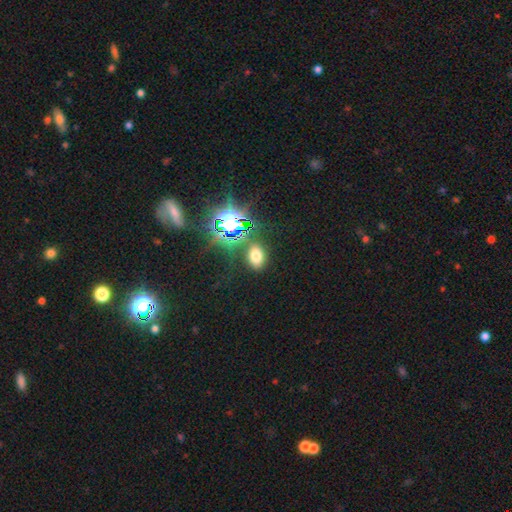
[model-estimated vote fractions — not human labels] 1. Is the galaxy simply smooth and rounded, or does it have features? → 61% smooth, 31% star or artifact, 8% featured or disk.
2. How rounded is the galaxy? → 80% in between, 18% round, 2% cigar-shaped.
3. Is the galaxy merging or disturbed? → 82% none, 10% minor disturbance, 4% merger, 4% major disturbance.